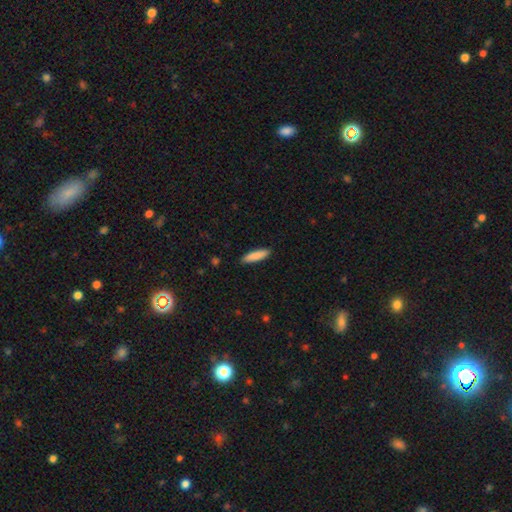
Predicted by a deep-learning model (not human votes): Q: Smooth or featured?
A: smooth (87%); runner-up: featured or disk (8%)
Q: How rounded?
A: cigar-shaped (67%); runner-up: in between (31%)
Q: Merging?
A: none (89%); runner-up: minor disturbance (8%)